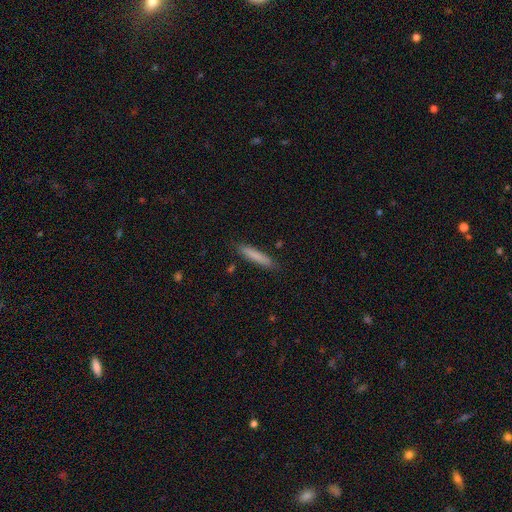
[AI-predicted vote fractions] A smooth galaxy with no disk features (81%) that is cigar-shaped (92%). Merging: none (87%).